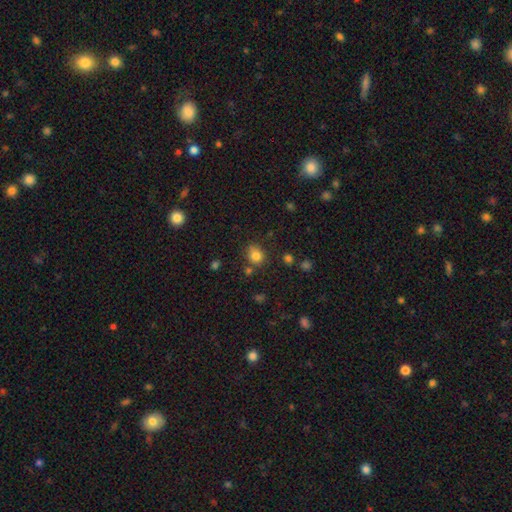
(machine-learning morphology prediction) A smooth galaxy with no disk features (81%) that is round (68%). Merging: none (74%).